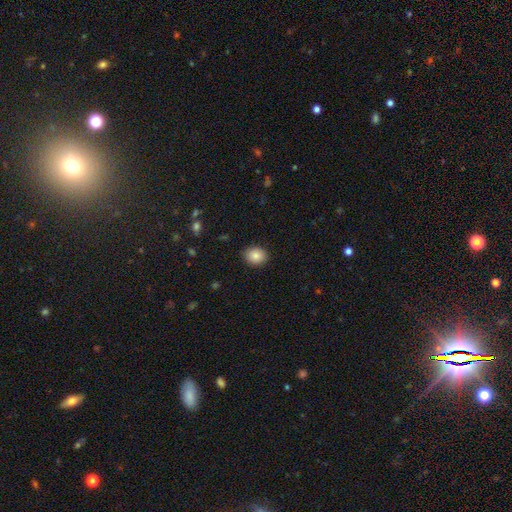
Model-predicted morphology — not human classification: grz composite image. It shows a smooth galaxy with no disk features (85%) that is round (57%). Merging: none (89%).